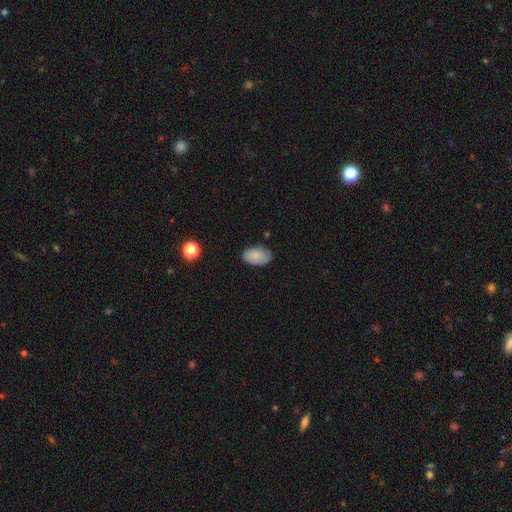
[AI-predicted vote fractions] The model was most divided on "merging": none: 79%, minor disturbance: 16%, major disturbance: 3%, merger: 1%. More confident: how rounded — in between (93%); smooth or featured — smooth (85%).